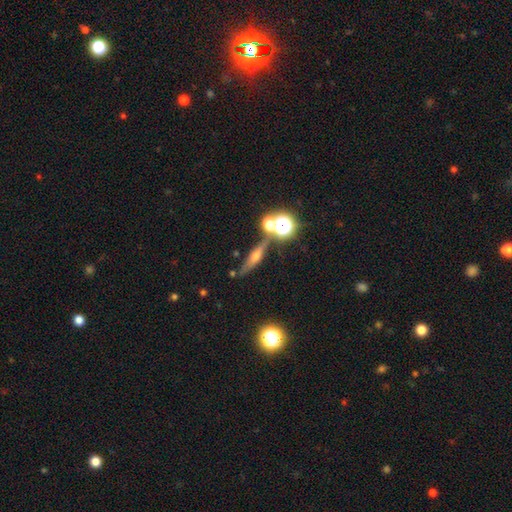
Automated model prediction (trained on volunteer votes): A featured or disk galaxy (59%) viewed edge-on (90%) with a rounded central bulge (90%). Merging: none (78%).